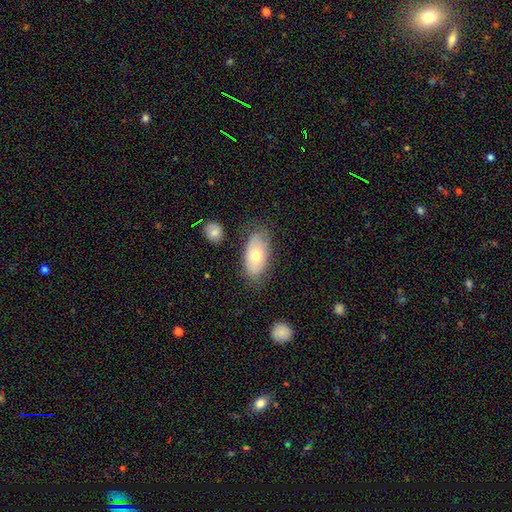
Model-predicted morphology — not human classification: smooth 67%, featured or disk 26%, star or artifact 7%. Down the decision tree: how rounded — in between (93%); merging — none (74%).